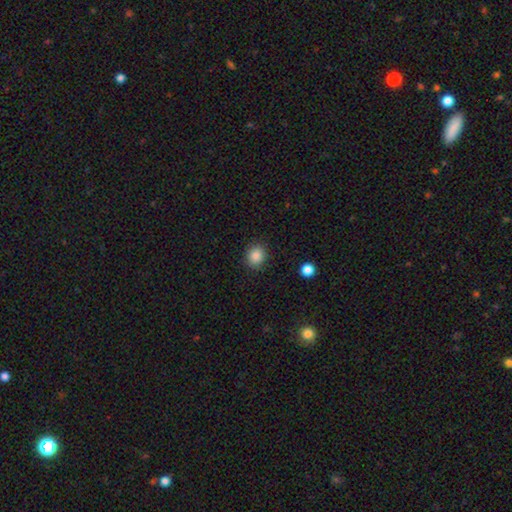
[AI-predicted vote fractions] Smooth or featured? Predicted: smooth (p=0.86). How rounded? Predicted: round (p=0.73). Merging? Predicted: none (p=0.87).